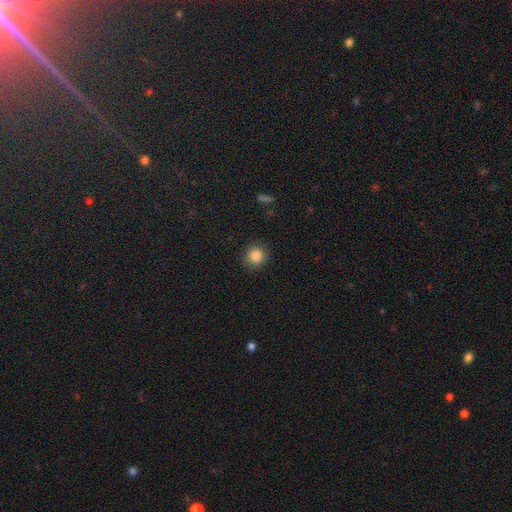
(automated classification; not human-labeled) smooth 85%, star or artifact 10%, featured or disk 4%. Down the decision tree: how rounded — round (91%); merging — none (88%).